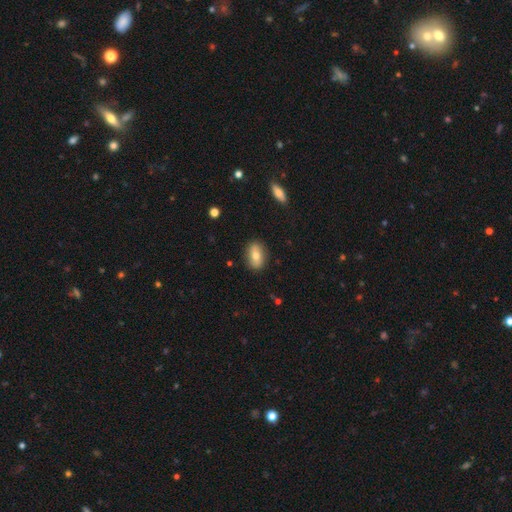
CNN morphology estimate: Smooth or featured? Predicted: smooth (p=0.69). How rounded? Predicted: in between (p=0.85). Merging? Predicted: none (p=0.86).